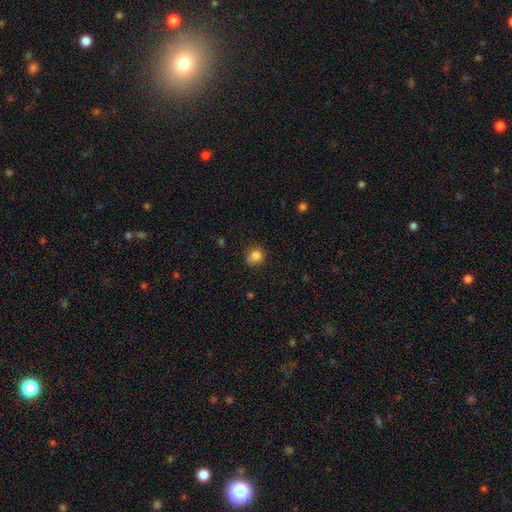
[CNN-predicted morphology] Smooth or featured? Predicted: smooth (p=0.84). How rounded? Predicted: round (p=0.77). Merging? Predicted: none (p=0.77).